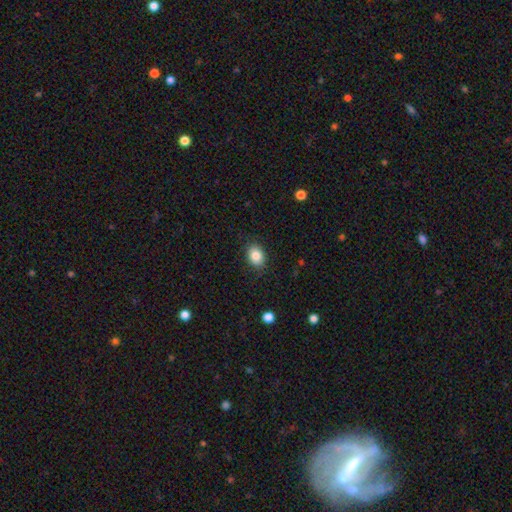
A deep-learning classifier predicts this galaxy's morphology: Q: Smooth or featured?
A: smooth (85%); runner-up: star or artifact (9%)
Q: How rounded?
A: in between (64%); runner-up: round (35%)
Q: Merging?
A: none (86%); runner-up: minor disturbance (11%)